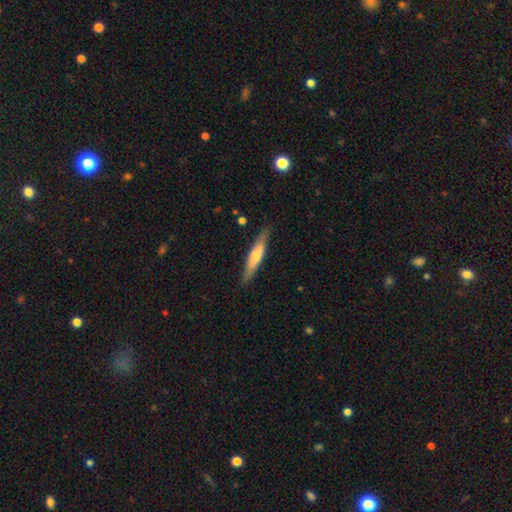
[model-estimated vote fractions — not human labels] This appears to be a smooth galaxy with no disk features (50%). Merging: none (86%).